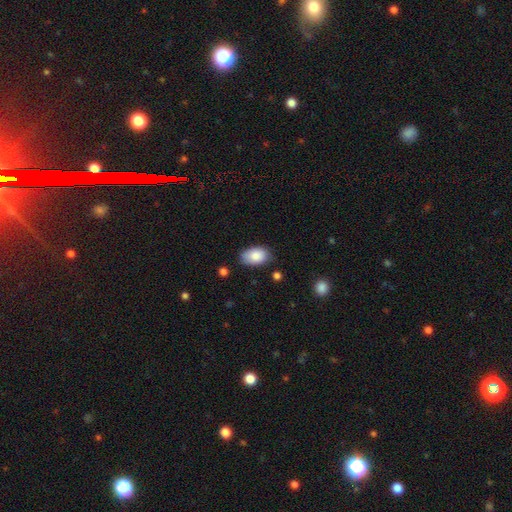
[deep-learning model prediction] Smooth or featured? Predicted: smooth (p=0.85). How rounded? Predicted: in between (p=0.91). Merging? Predicted: none (p=0.76).